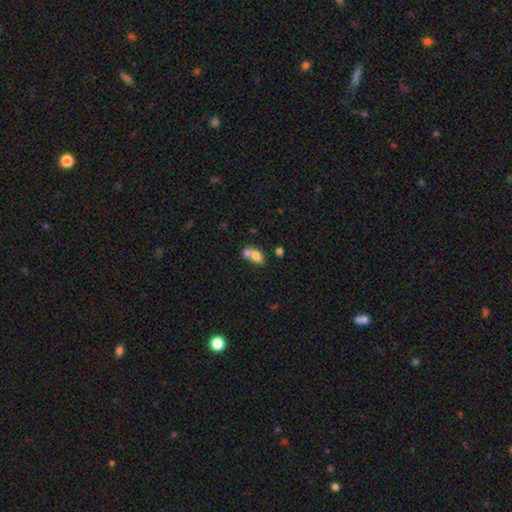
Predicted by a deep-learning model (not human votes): Q: Smooth or featured?
A: smooth (74%); runner-up: featured or disk (17%)
Q: How rounded?
A: in between (75%); runner-up: round (23%)
Q: Merging?
A: merger (63%); runner-up: none (24%)